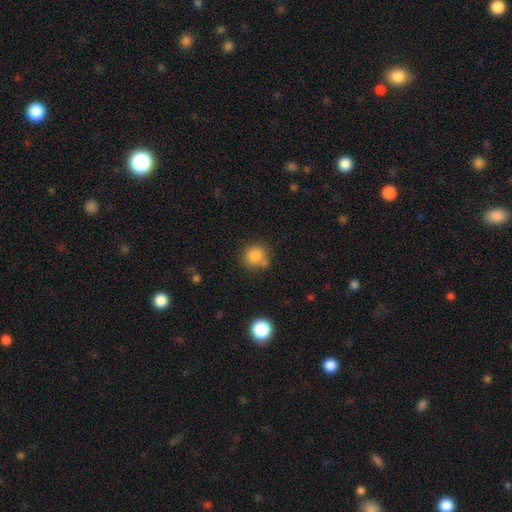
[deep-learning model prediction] Overall: smooth (85%). How rounded: round (88%). Merging: none (68%).